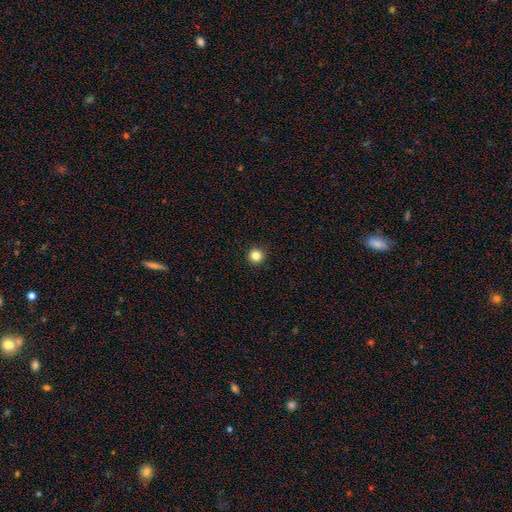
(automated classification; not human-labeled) Morphology: type=smooth (83%); roundness=round (96%); merging=none (93%).